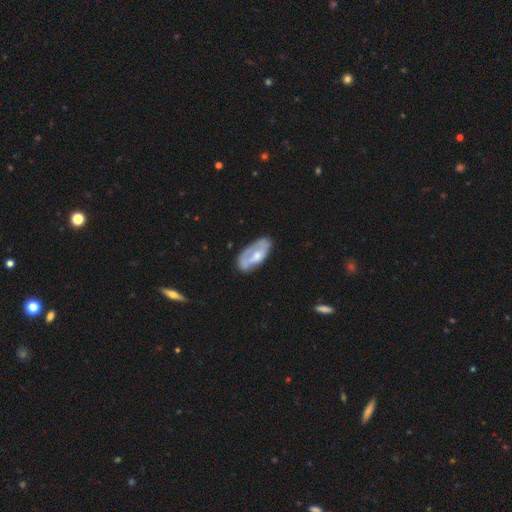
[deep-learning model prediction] Smooth or featured: featured or disk — 54% (smooth — 40%)
Edge-on disk: no — 91% (yes — 9%)
Merging: none — 49% (minor disturbance — 29%)